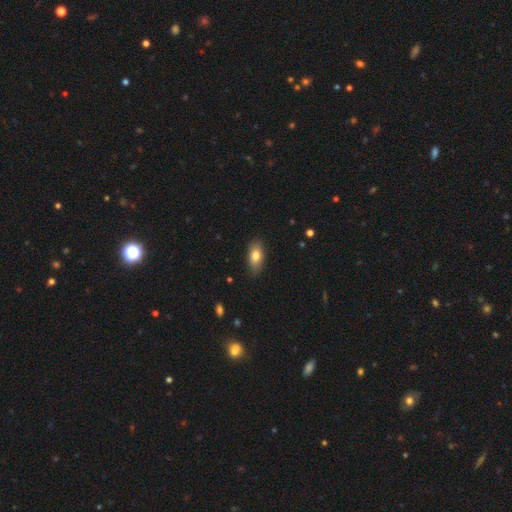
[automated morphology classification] smooth-or-featured: smooth: 80% | featured or disk: 13% | star or artifact: 7%
  how-rounded: in between: 87% | cigar-shaped: 7% | round: 5%
  merging: none: 84% | minor disturbance: 13% | major disturbance: 2% | merger: 1%